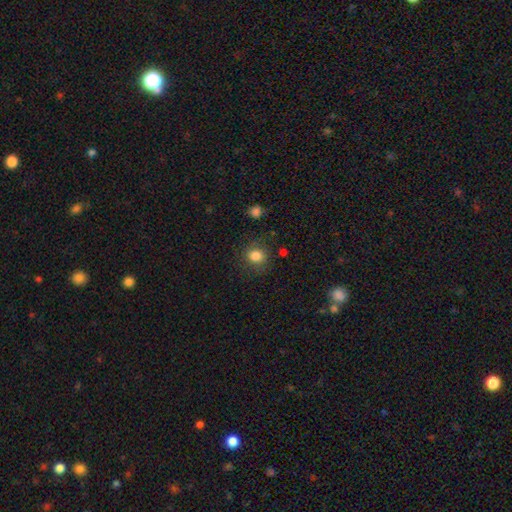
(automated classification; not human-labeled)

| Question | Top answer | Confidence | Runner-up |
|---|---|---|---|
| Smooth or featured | smooth | 83% | star or artifact (11%) |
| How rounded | round | 75% | in between (24%) |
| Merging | none | 80% | minor disturbance (13%) |